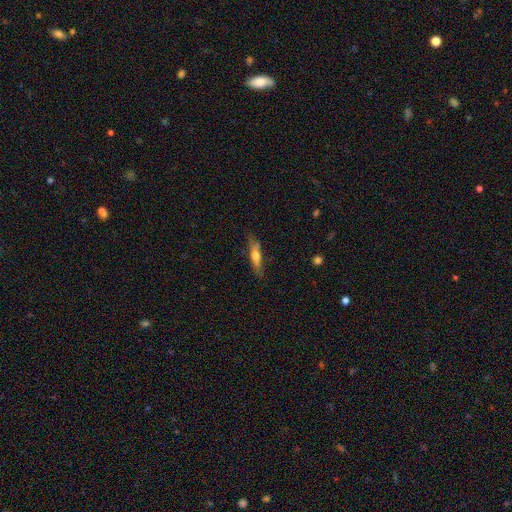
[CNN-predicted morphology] The model was most divided on "smooth or featured": smooth: 51%, featured or disk: 43%, star or artifact: 6%. More confident: how rounded — cigar-shaped (79%); merging — none (74%).